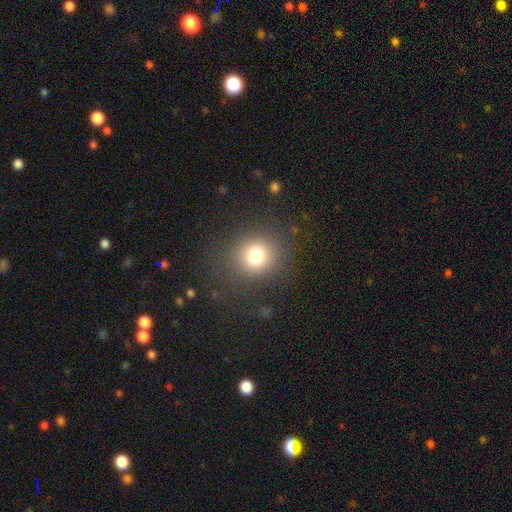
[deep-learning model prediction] smooth-or-featured: smooth: 76% | star or artifact: 15% | featured or disk: 9%
  how-rounded: round: 84% | in between: 15% | cigar-shaped: 1%
  merging: none: 84% | minor disturbance: 9% | major disturbance: 6% | merger: 1%